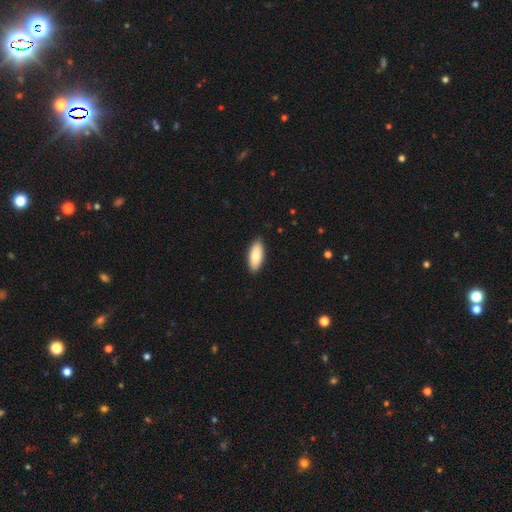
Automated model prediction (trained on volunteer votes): Overall: smooth (86%). How rounded: in between (83%). Merging: none (88%).